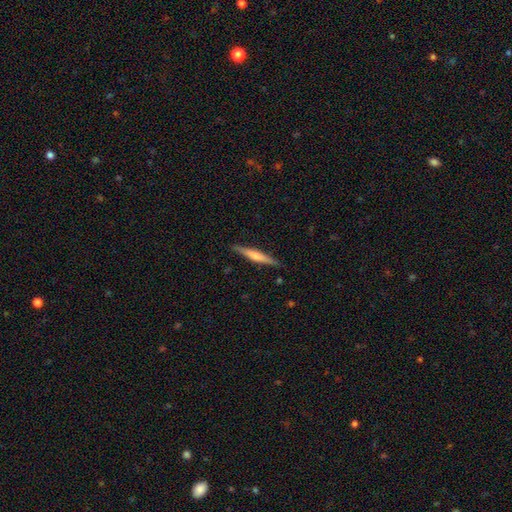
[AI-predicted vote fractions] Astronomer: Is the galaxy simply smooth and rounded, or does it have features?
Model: featured or disk — 57% (runner-up: smooth, 37%).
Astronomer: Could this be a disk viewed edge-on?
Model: yes — 98%.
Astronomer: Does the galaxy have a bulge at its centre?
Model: rounded — 60%.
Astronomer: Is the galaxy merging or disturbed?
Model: none — 90%.